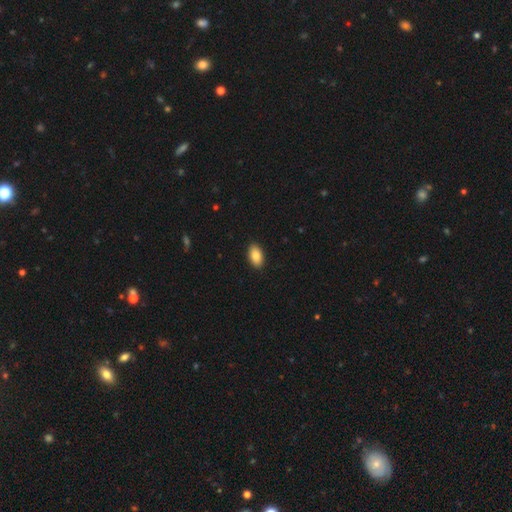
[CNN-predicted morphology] smooth 86%, star or artifact 7%, featured or disk 7%. Down the decision tree: how rounded — in between (93%); merging — none (90%).